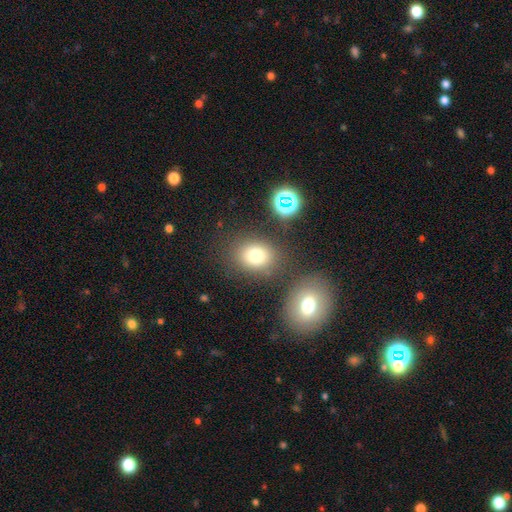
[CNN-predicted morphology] Overall: smooth (76%). How rounded: round (57%; in between 42%). Merging: none (76%).